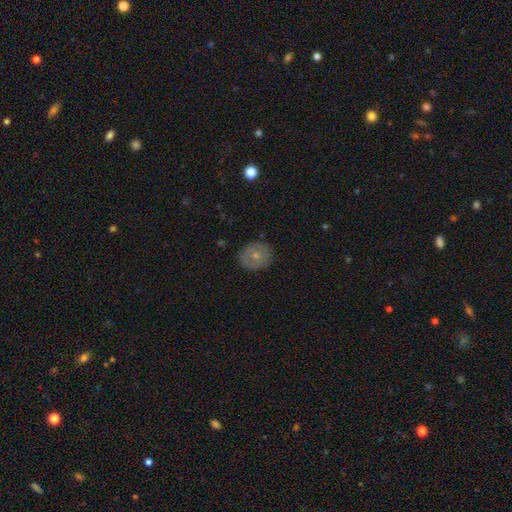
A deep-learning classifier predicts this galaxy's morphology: Smooth or featured?
  - smooth: 60% *
  - featured or disk: 32%
  - star or artifact: 8%
How rounded?
  - round: 66% *
  - in between: 33%
  - cigar-shaped: 1%
Merging?
  - none: 85% *
  - minor disturbance: 12%
  - major disturbance: 3%
  - merger: 1%